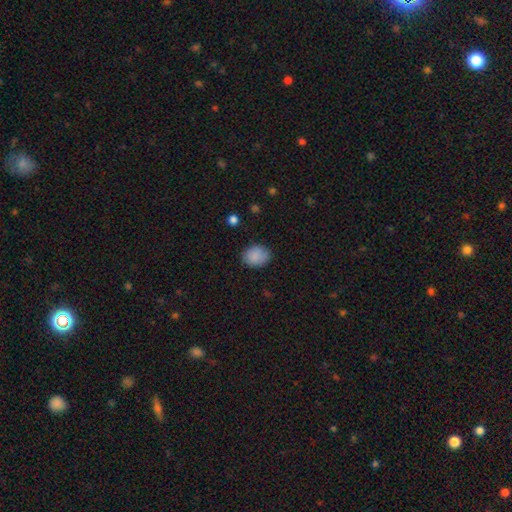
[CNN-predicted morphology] A smooth galaxy with no disk features (88%) that is in between round and cigar-shaped (57%).

Vote fractions:
- Smooth or featured? smooth: 88% / star or artifact: 8% / featured or disk: 4%
- How rounded? in between: 57% / round: 42% / cigar-shaped: 1%
- Merging? none: 83% / minor disturbance: 13% / major disturbance: 3% / merger: 1%